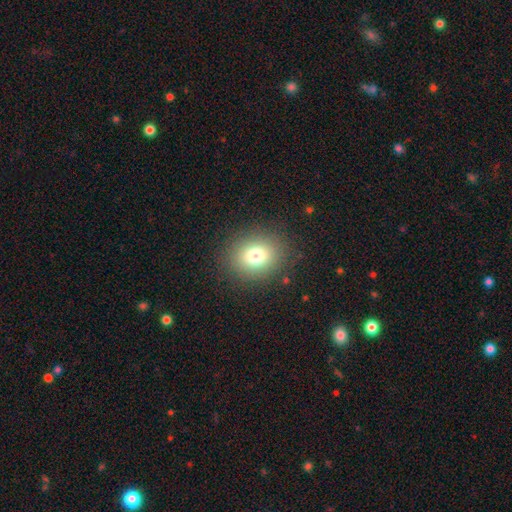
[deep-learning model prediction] Overall: smooth (77%). How rounded: round (65%; in between 34%). Merging: none (86%).